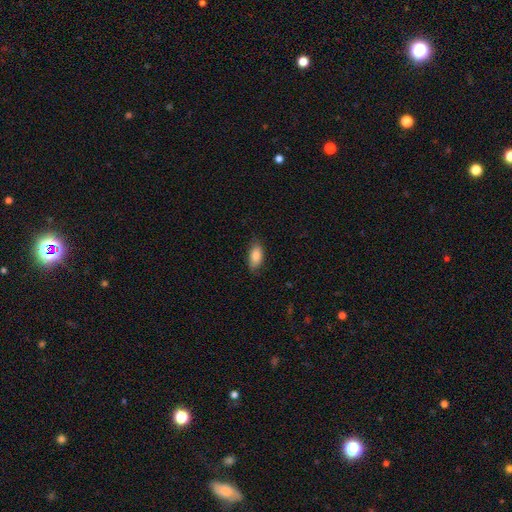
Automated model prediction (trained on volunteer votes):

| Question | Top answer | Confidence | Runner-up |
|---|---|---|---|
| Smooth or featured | smooth | 85% | featured or disk (9%) |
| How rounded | in between | 89% | cigar-shaped (8%) |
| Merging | none | 80% | minor disturbance (16%) |